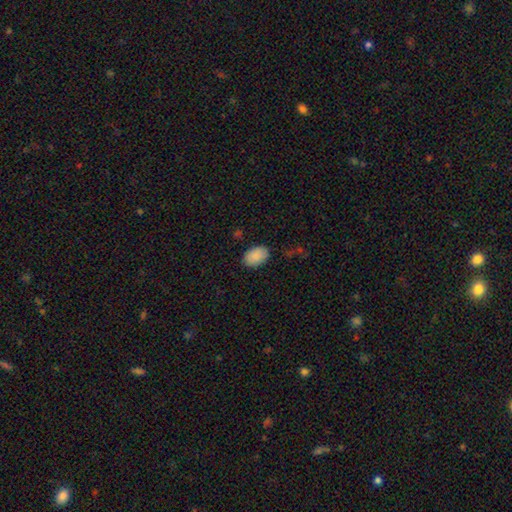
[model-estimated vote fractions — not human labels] smooth_or_featured: smooth (p=0.90) [alt: star or artifact p=0.07]
how_rounded: in between (p=0.88) [alt: round p=0.11]
merging: none (p=0.86) [alt: minor disturbance p=0.10]